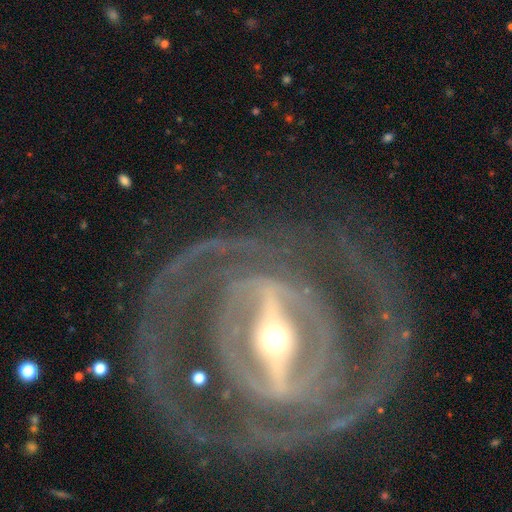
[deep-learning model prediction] Smooth or featured: featured or disk — 90% (smooth — 5%)
Edge-on disk: no — 91% (yes — 9%)
Bar: strong — 81% (weak — 13%)
Spiral arms: yes — 82% (no — 18%)
Spiral winding: tight — 60% (medium — 30%)
Spiral arm count: 2 — 54% (can't tell — 20%)
Bulge size: moderate — 50% (small — 41%)
Merging: none — 74% (major disturbance — 13%)